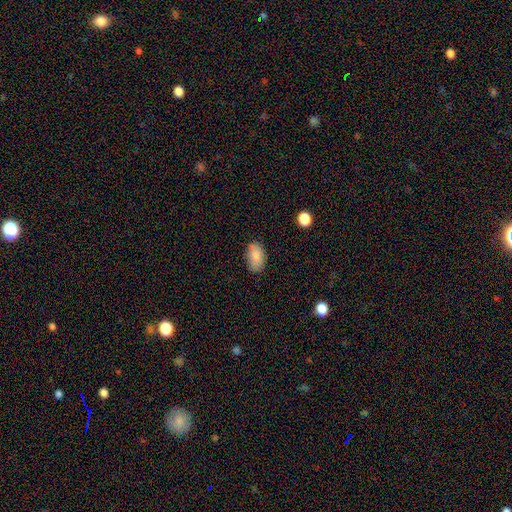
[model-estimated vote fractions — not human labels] A smooth galaxy with no disk features (85%) that is in between round and cigar-shaped (91%).

Vote fractions:
- Smooth or featured? smooth: 85% / star or artifact: 8% / featured or disk: 7%
- How rounded? in between: 91% / round: 7% / cigar-shaped: 2%
- Merging? none: 77% / minor disturbance: 18% / major disturbance: 4% / merger: 2%